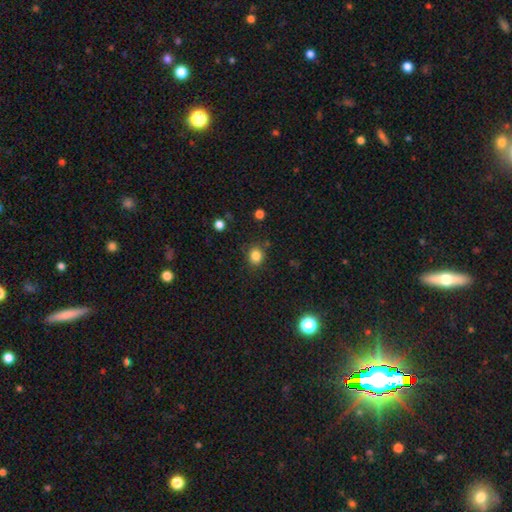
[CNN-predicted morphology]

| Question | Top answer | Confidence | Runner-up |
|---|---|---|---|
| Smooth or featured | smooth | 83% | star or artifact (12%) |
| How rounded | round | 78% | in between (21%) |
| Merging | none | 82% | minor disturbance (11%) |